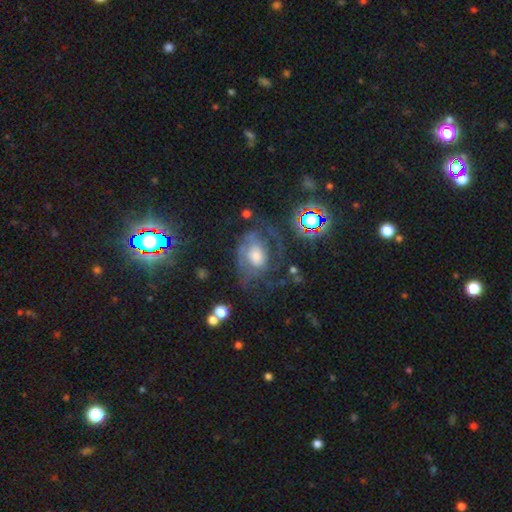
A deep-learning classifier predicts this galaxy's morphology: featured or disk 70%, smooth 17%, star or artifact 13%. Down the decision tree: edge-on disk — no (97%); bar — no (66%); spiral arms — yes (82%); spiral arm count — can't tell (38%); spiral winding — tight (42%, tied with medium); bulge size — moderate (50%); merging — none (52%).